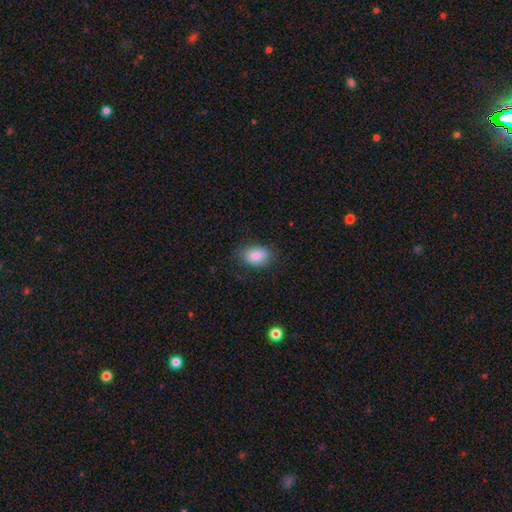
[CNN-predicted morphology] A smooth galaxy with no disk features (83%) that is in between round and cigar-shaped (82%).

Vote fractions:
- Smooth or featured? smooth: 83% / featured or disk: 9% / star or artifact: 8%
- How rounded? in between: 82% / round: 17% / cigar-shaped: 1%
- Merging? none: 77% / minor disturbance: 17% / major disturbance: 5% / merger: 1%